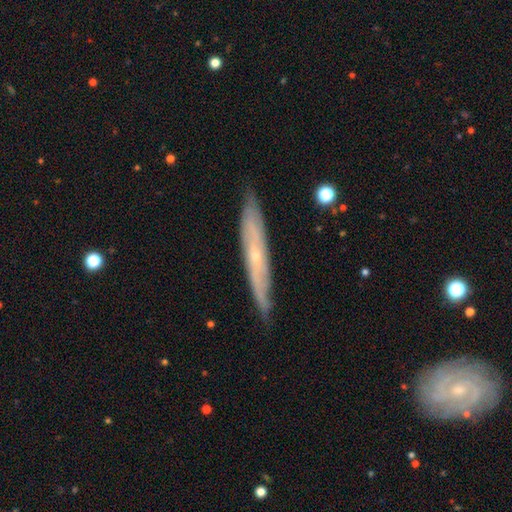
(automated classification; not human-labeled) Smooth or featured?
  - featured or disk: 68% *
  - smooth: 26%
  - star or artifact: 6%
Edge-on disk?
  - yes: 71% *
  - no: 29%
Merging?
  - none: 84% *
  - minor disturbance: 13%
  - major disturbance: 2%
  - merger: 1%